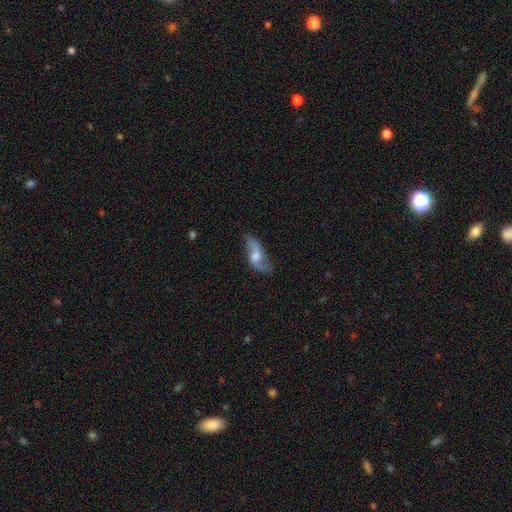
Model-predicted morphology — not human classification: Smooth or featured? Predicted: featured or disk (p=0.70). Edge-on disk? Predicted: no (p=0.89). Bar? Predicted: no (p=0.51). Spiral arms? Predicted: yes (p=0.89). Spiral winding? Predicted: loose (p=0.77). Spiral arm count? Predicted: 2 (p=0.89). Bulge size? Predicted: moderate (p=0.58). Merging? Predicted: none (p=0.66).